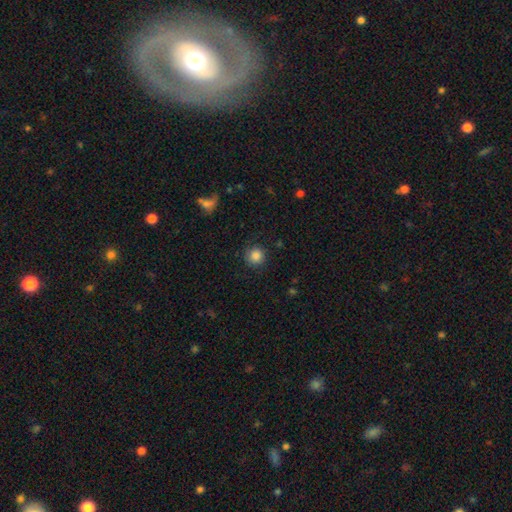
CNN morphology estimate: type=smooth (85%); roundness=round (93%); merging=none (85%).